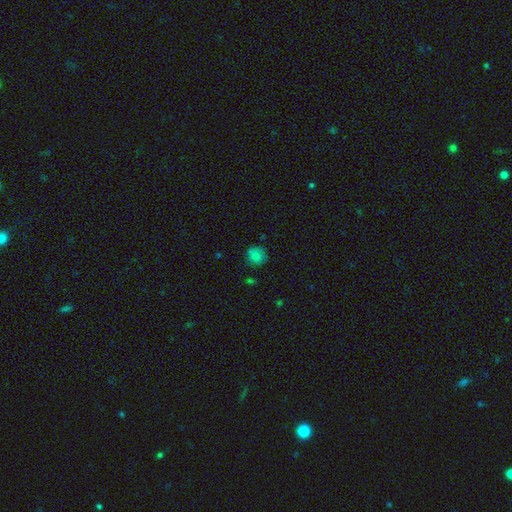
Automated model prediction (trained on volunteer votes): smooth 81%, star or artifact 12%, featured or disk 7%. Down the decision tree: how rounded — round (85%); merging — none (78%).